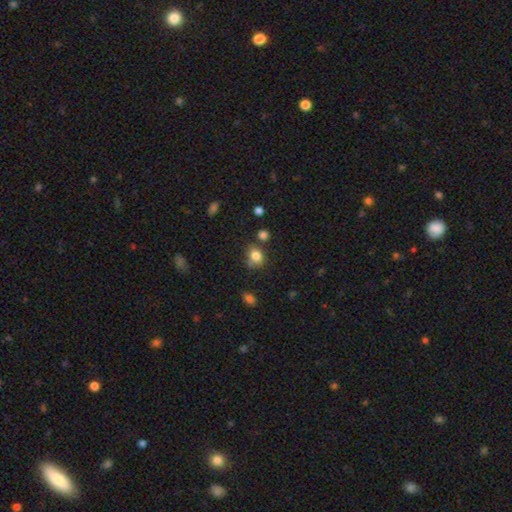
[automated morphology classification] Smooth or featured?
  - smooth: 81% *
  - star or artifact: 11%
  - featured or disk: 8%
How rounded?
  - in between: 55% *
  - round: 44%
  - cigar-shaped: 1%
Merging?
  - none: 61% *
  - minor disturbance: 22%
  - merger: 11%
  - major disturbance: 6%